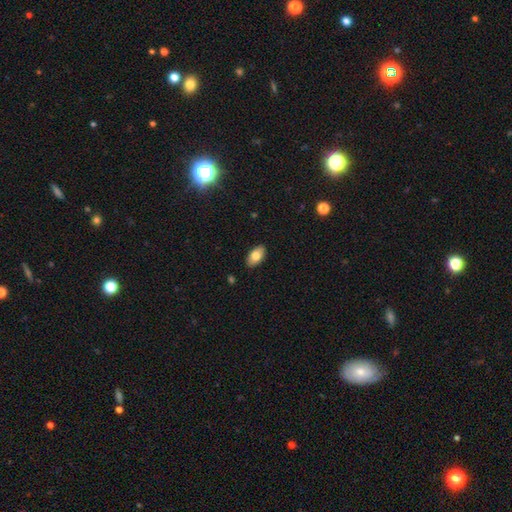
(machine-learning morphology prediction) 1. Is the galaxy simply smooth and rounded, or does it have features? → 79% smooth, 14% featured or disk, 7% star or artifact.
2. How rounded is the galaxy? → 94% in between, 4% round, 3% cigar-shaped.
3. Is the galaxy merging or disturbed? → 89% none, 8% minor disturbance, 2% major disturbance, 1% merger.